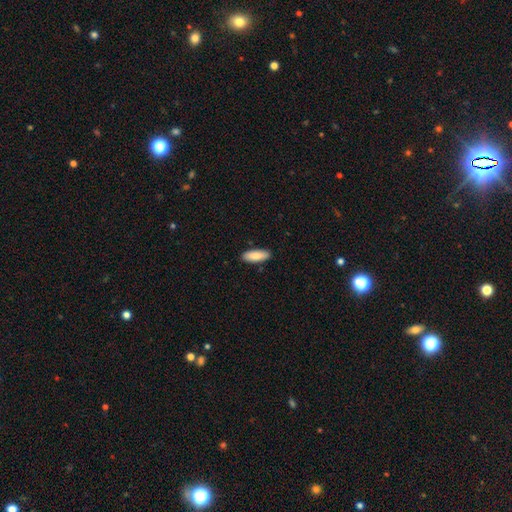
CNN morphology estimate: Smooth or featured: smooth — 87% (featured or disk — 7%)
How rounded: in between — 66% (cigar-shaped — 32%)
Merging: none — 89% (minor disturbance — 8%)